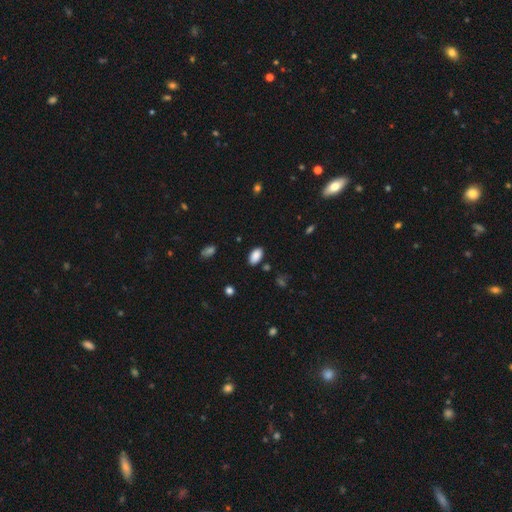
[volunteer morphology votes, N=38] type=smooth (89%); roundness=in between (85%); merging=none (78%).